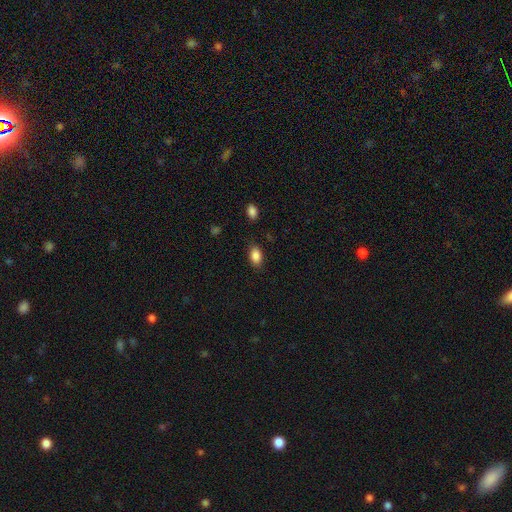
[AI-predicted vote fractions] This is clearly a smooth galaxy (87%). How rounded: clearly in between (88%). Merging: clearly none (84%).